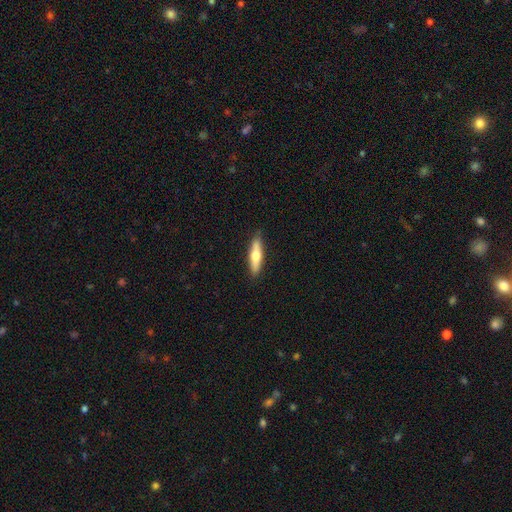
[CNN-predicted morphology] The model was most divided on "smooth or featured": smooth: 58%, featured or disk: 37%, star or artifact: 5%. More confident: merging — none (88%); how rounded — cigar-shaped (72%).